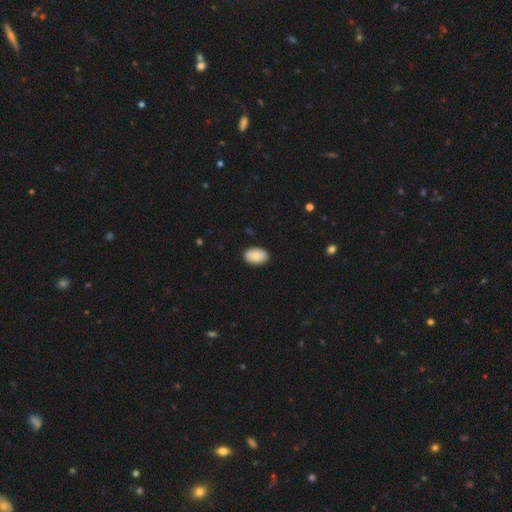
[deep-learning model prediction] Smooth or featured?
  - smooth: 87% *
  - featured or disk: 7%
  - star or artifact: 6%
How rounded?
  - in between: 93% *
  - round: 6%
  - cigar-shaped: 1%
Merging?
  - none: 89% *
  - minor disturbance: 8%
  - major disturbance: 2%
  - merger: 1%